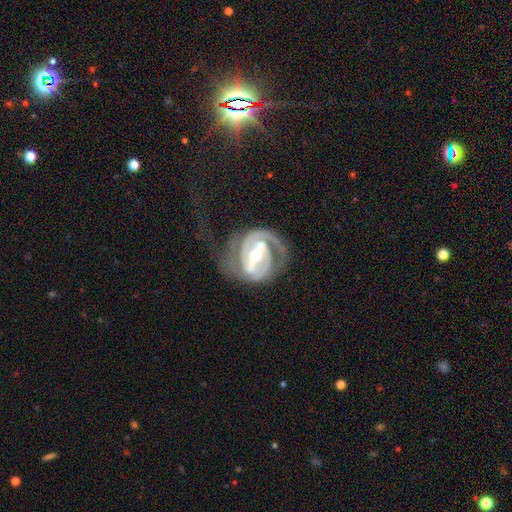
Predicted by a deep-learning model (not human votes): smooth_or_featured: featured or disk (p=0.91) [alt: smooth p=0.05]
disk_edge_on: no (p=0.97) [alt: yes p=0.03]
bar: strong (p=0.59) [alt: weak p=0.30]
has_spiral_arms: yes (p=0.96) [alt: no p=0.04]
spiral_winding: tight (p=0.52) [alt: medium p=0.38]
spiral_arm_count: 2 (p=0.73) [alt: 1 p=0.13]
bulge_size: moderate (p=0.62) [alt: small p=0.32]
merging: none (p=0.53) [alt: major disturbance p=0.25]